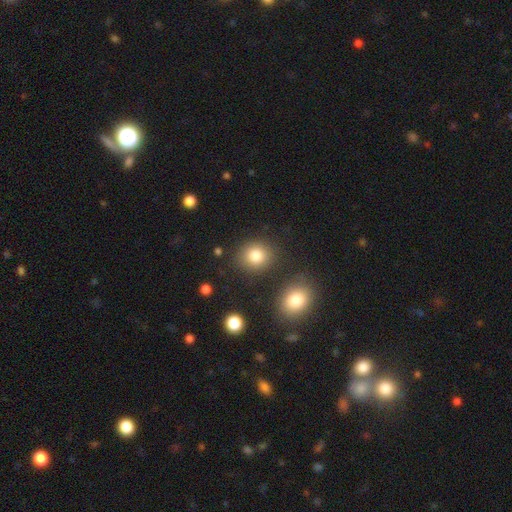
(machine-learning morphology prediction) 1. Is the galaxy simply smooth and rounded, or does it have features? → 83% smooth, 11% star or artifact, 7% featured or disk.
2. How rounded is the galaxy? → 77% round, 22% in between, 1% cigar-shaped.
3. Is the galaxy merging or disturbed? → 83% none, 9% minor disturbance, 5% merger, 3% major disturbance.